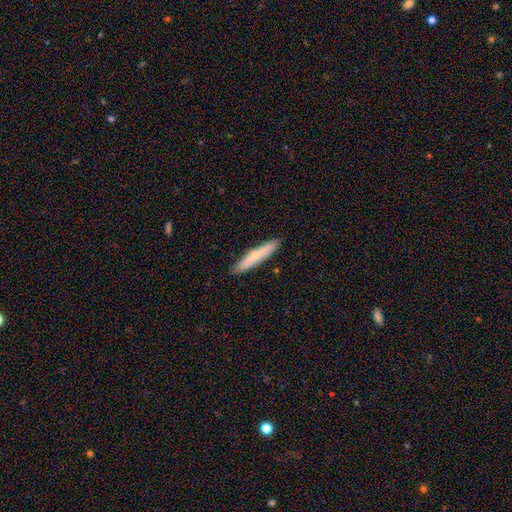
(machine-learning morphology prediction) Smooth or featured? Predicted: smooth (p=0.67). How rounded? Predicted: cigar-shaped (p=0.92). Merging? Predicted: none (p=0.89).